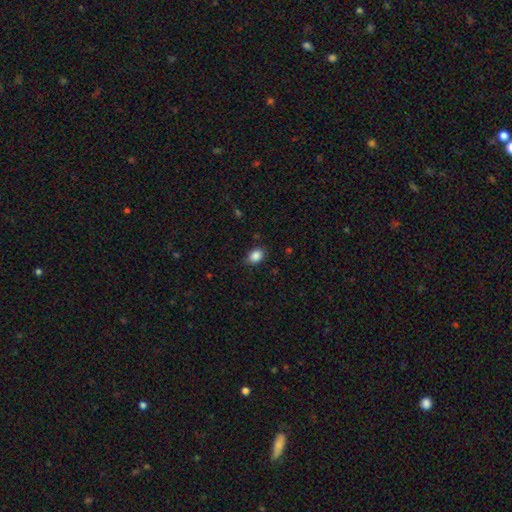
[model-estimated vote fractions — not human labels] The model was most divided on "how rounded": in between: 70%, round: 29%, cigar-shaped: 1%. More confident: smooth or featured — smooth (87%); merging — none (81%).